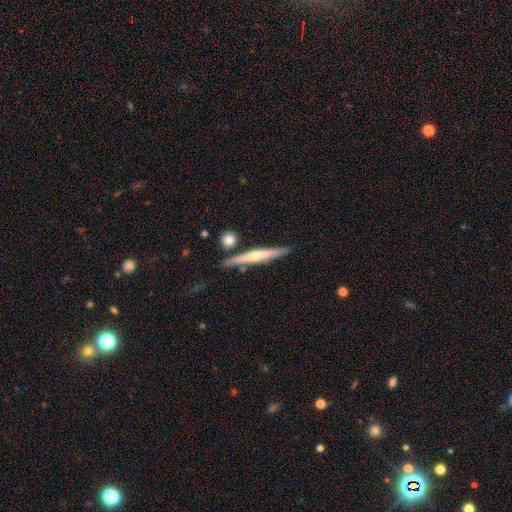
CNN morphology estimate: Smooth or featured?
  - featured or disk: 60% *
  - smooth: 34%
  - star or artifact: 6%
Edge-on disk?
  - yes: 96% *
  - no: 4%
Edge-on bulge?
  - rounded: 69% *
  - none: 25%
  - boxy: 6%
Merging?
  - none: 83% *
  - minor disturbance: 9%
  - merger: 5%
  - major disturbance: 2%